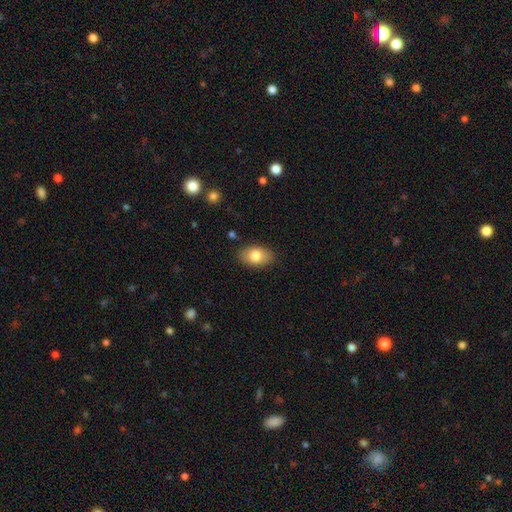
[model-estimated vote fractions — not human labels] Smooth or featured?
  - smooth: 80% *
  - featured or disk: 12%
  - star or artifact: 7%
How rounded?
  - in between: 90% *
  - round: 8%
  - cigar-shaped: 1%
Merging?
  - none: 86% *
  - minor disturbance: 11%
  - major disturbance: 2%
  - merger: 1%